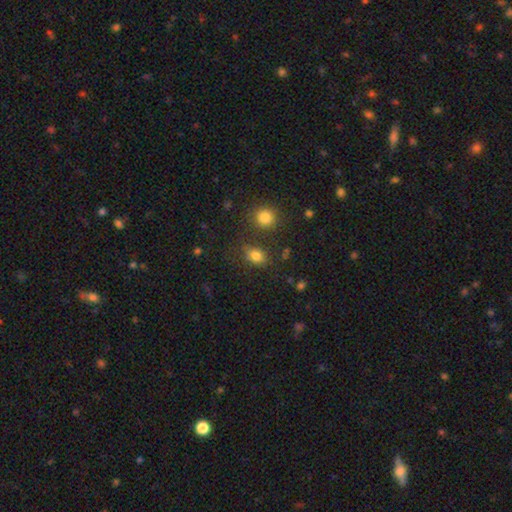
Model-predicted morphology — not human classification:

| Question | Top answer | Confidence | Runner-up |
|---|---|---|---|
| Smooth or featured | smooth | 80% | star or artifact (14%) |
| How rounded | in between | 56% | round (42%) |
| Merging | none | 73% | minor disturbance (14%) |